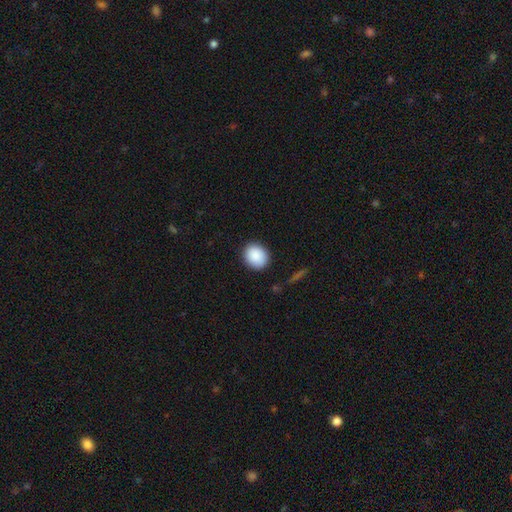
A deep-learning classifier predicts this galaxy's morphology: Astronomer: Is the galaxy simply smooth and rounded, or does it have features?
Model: smooth — 89%.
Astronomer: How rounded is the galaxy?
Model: round — 68%.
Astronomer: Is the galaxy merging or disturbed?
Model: none — 89%.